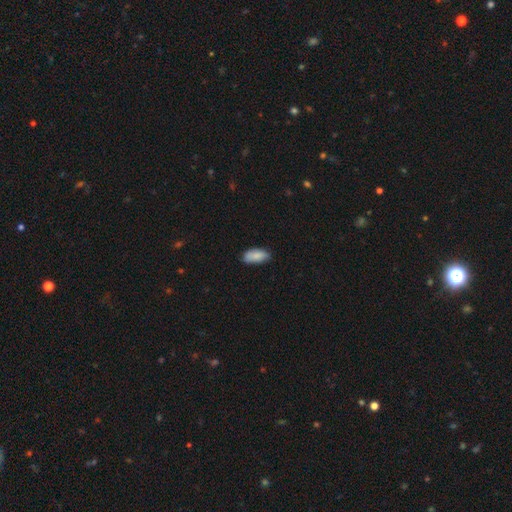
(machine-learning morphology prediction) Overall: smooth (86%). How rounded: in between (88%). Merging: none (74%).